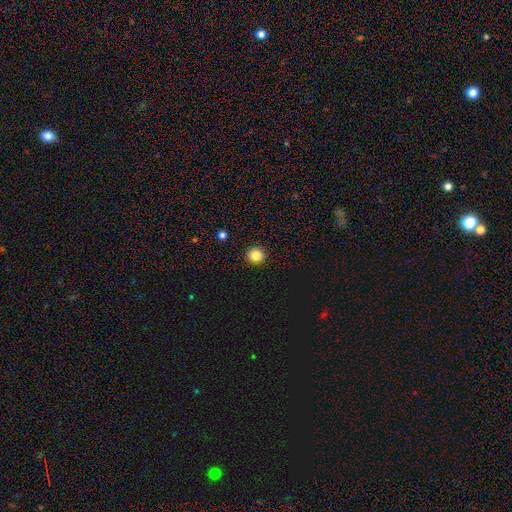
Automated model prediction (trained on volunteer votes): This appears to be a smooth galaxy with no disk features (83%) that is round (91%). Merging: none (93%).